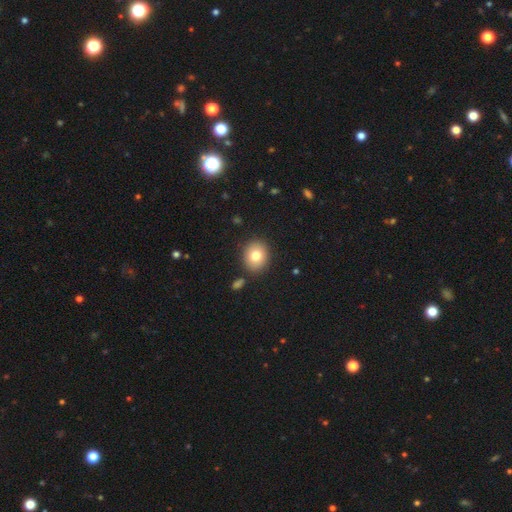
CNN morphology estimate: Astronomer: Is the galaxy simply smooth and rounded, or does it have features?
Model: smooth — 79%.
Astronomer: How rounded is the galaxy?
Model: round — 67%.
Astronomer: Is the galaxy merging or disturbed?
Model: none — 86%.